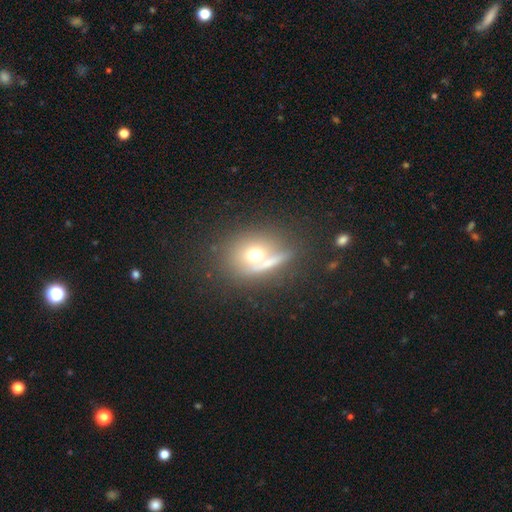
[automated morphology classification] This appears to be a smooth galaxy with no disk features (62%) that is round (70%). Merging: none (49%).